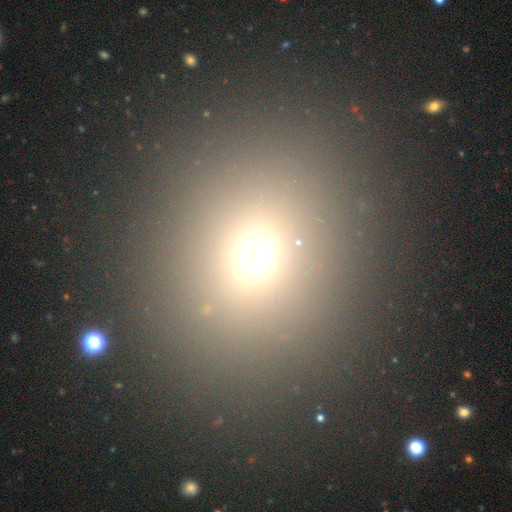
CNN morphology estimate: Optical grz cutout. It shows a smooth galaxy with no disk features (66%) that is round (80%). Merging: none (86%).